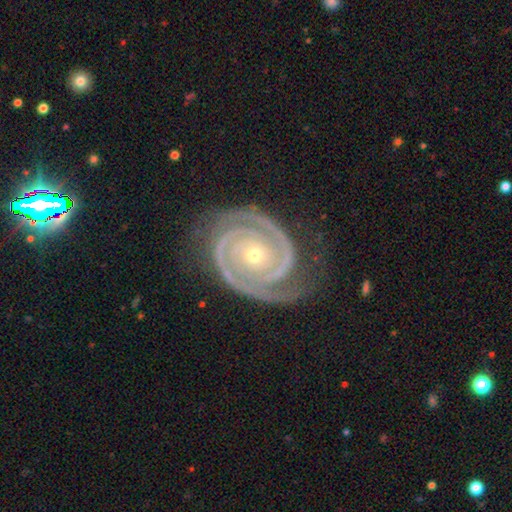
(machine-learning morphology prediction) Q: Smooth or featured?
A: featured or disk (93%); runner-up: star or artifact (5%)
Q: Edge-on disk?
A: no (98%); runner-up: yes (2%)
Q: Bar?
A: no (77%); runner-up: weak (13%)
Q: Spiral arms?
A: yes (99%); runner-up: no (1%)
Q: Spiral winding?
A: tight (82%); runner-up: medium (16%)
Q: Spiral arm count?
A: 2 (89%); runner-up: 3 (5%)
Q: Bulge size?
A: small (66%); runner-up: moderate (31%)
Q: Merging?
A: none (81%); runner-up: minor disturbance (14%)